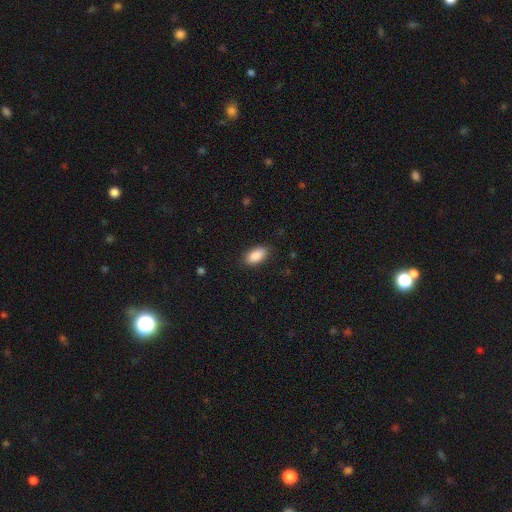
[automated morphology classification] type=smooth (89%); roundness=in between (93%); merging=none (85%).